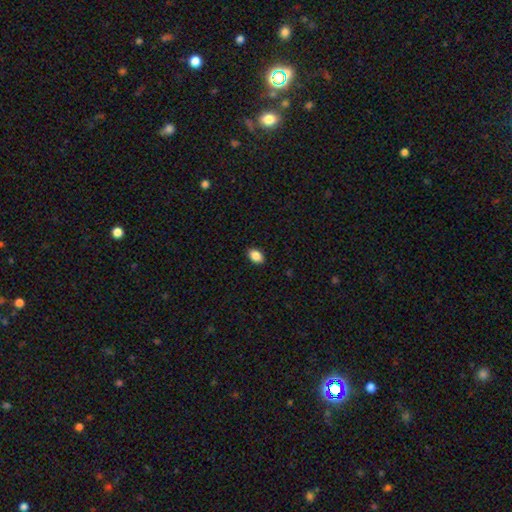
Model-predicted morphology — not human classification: This is clearly a smooth galaxy (88%). How rounded: clearly in between (84%). Merging: clearly none (89%).